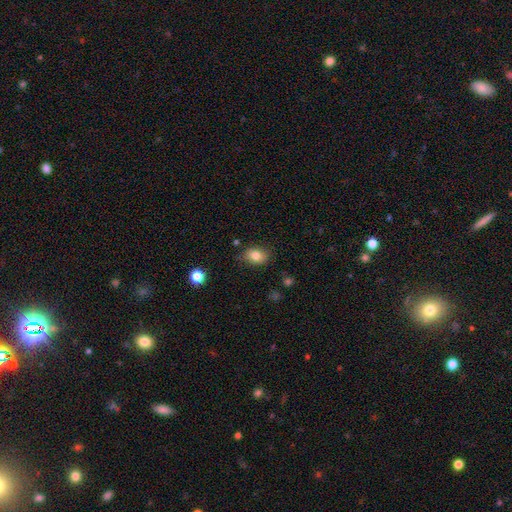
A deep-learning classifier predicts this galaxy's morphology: A smooth galaxy with no disk features (82%) that is in between round and cigar-shaped (73%).

Vote fractions:
- Smooth or featured? smooth: 82% / star or artifact: 9% / featured or disk: 9%
- How rounded? in between: 73% / round: 25% / cigar-shaped: 1%
- Merging? none: 79% / minor disturbance: 16% / major disturbance: 3% / merger: 2%